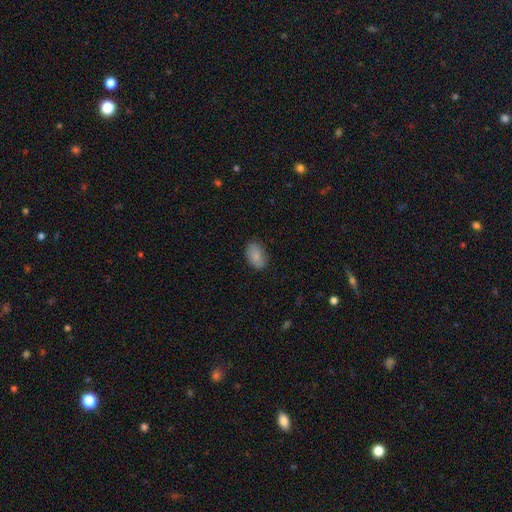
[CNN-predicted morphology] Smooth or featured? Predicted: smooth (p=0.85). How rounded? Predicted: in between (p=0.89). Merging? Predicted: none (p=0.84).